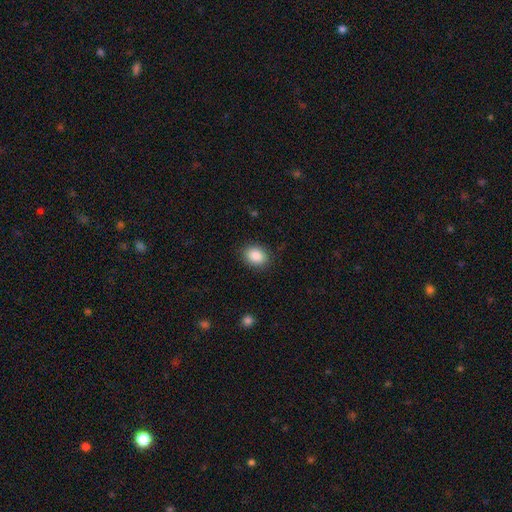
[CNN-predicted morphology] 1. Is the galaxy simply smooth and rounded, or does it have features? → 88% smooth, 8% star or artifact, 4% featured or disk.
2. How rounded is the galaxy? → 60% in between, 39% round, 1% cigar-shaped.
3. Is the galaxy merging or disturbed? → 87% none, 9% minor disturbance, 3% major disturbance, 1% merger.